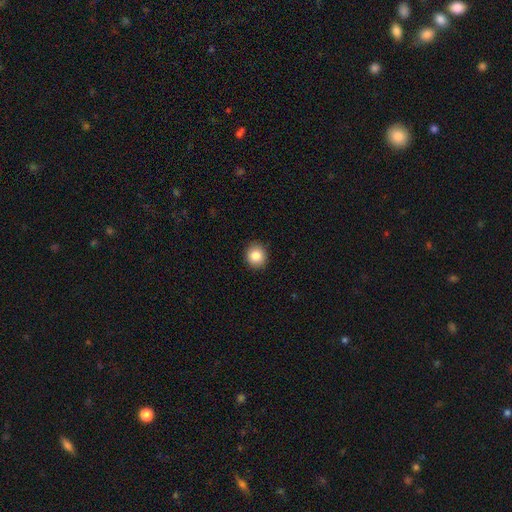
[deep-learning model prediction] smooth 85%, star or artifact 9%, featured or disk 6%. Down the decision tree: how rounded — round (85%); merging — none (91%).